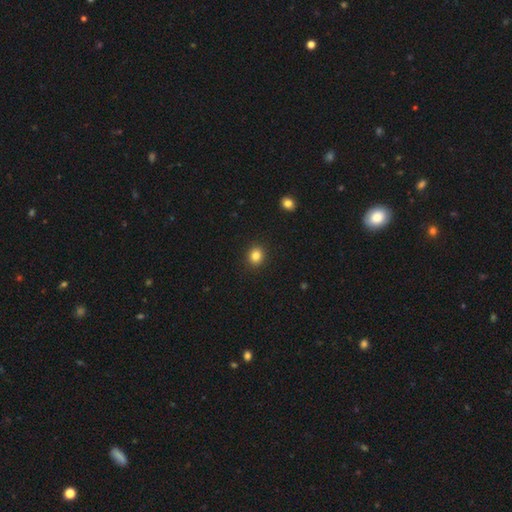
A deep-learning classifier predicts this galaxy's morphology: type=smooth (83%); roundness=round (77%); merging=none (92%).